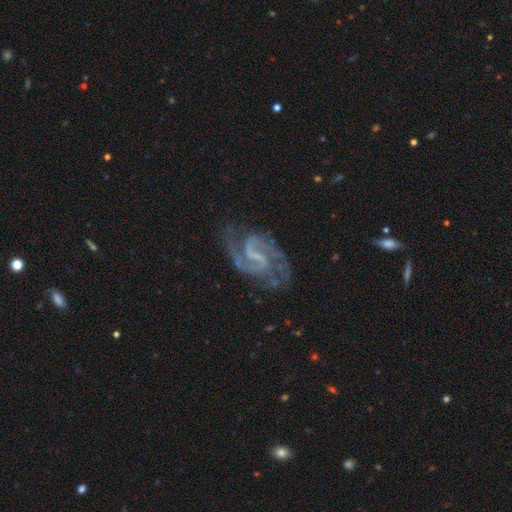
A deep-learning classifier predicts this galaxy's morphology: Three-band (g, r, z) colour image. It shows a featured or disk galaxy (91%) with a weak bar (54%), 2 (87%) medium (59%) spiral arms (98%) and no central bulge (50%). Merging: none (70%).